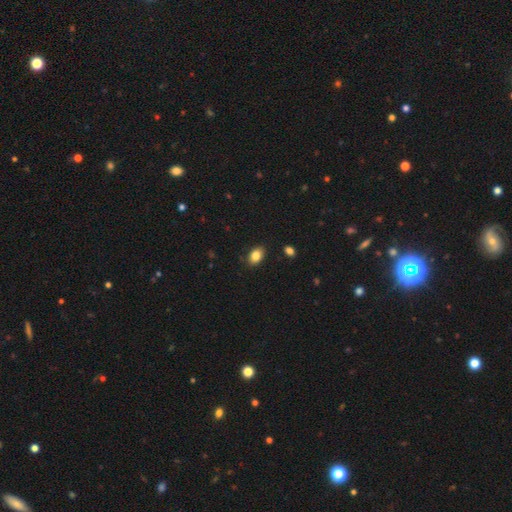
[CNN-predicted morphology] Smooth or featured? Predicted: smooth (p=0.85). How rounded? Predicted: in between (p=0.82). Merging? Predicted: none (p=0.85).